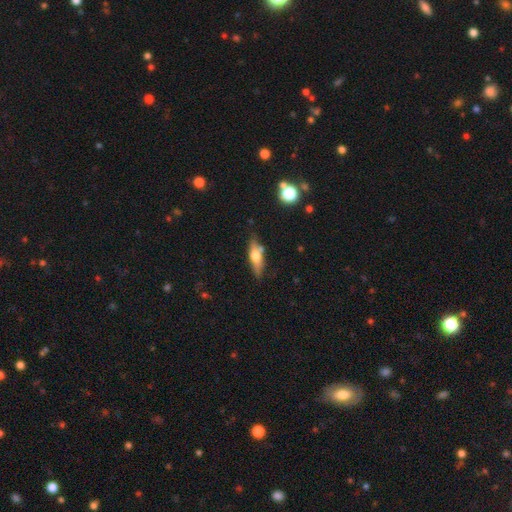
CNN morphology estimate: This appears to be a smooth galaxy with no disk features (51%) that is cigar-shaped (50%). Merging: none (71%).